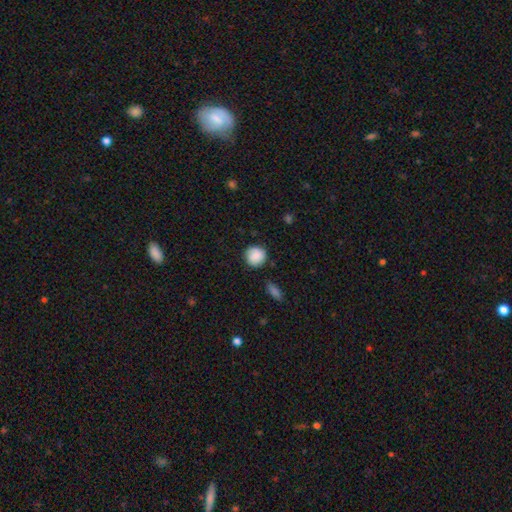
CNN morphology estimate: This is clearly a smooth galaxy (86%). How rounded: clearly round (91%). Merging: clearly none (83%).